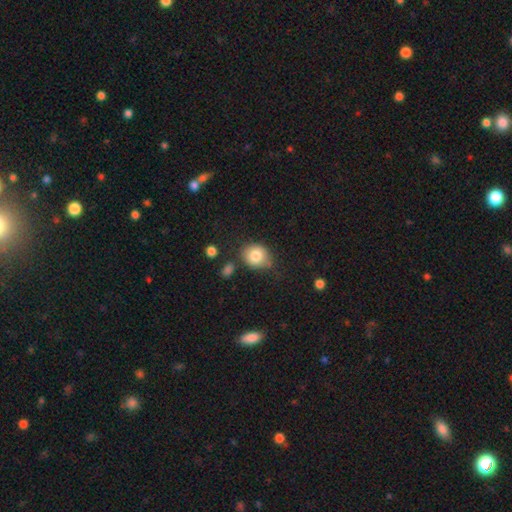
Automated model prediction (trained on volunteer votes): smooth-or-featured: smooth: 80% | featured or disk: 11% | star or artifact: 9%
  how-rounded: round: 62% | in between: 37% | cigar-shaped: 1%
  merging: none: 63% | minor disturbance: 24% | major disturbance: 6% | merger: 6%